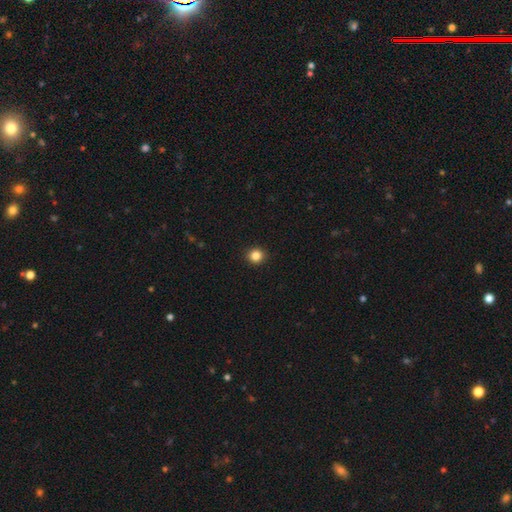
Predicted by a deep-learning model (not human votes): Smooth or featured: smooth — 84% (star or artifact — 12%)
How rounded: round — 90% (in between — 10%)
Merging: none — 93% (minor disturbance — 5%)